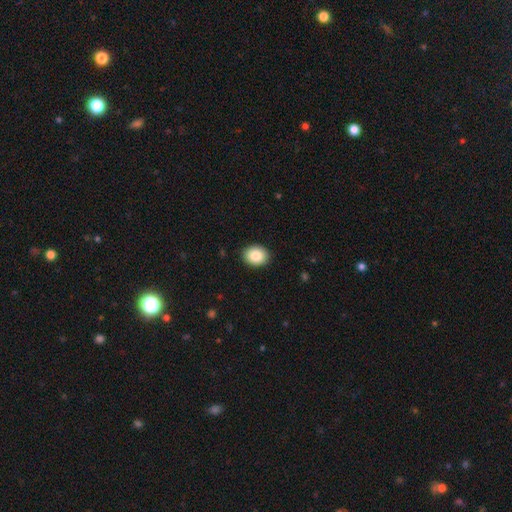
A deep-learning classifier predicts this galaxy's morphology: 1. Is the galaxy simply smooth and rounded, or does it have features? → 86% smooth, 8% star or artifact, 6% featured or disk.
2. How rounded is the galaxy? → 55% in between, 44% round, 1% cigar-shaped.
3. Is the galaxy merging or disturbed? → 90% none, 7% minor disturbance, 2% major disturbance, 1% merger.